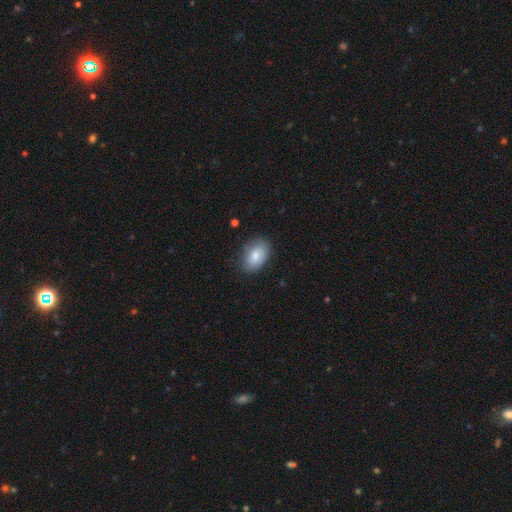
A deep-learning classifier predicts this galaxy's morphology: Smooth or featured? smooth (80%)
How rounded? in between (89%)
Merging? none (79%)